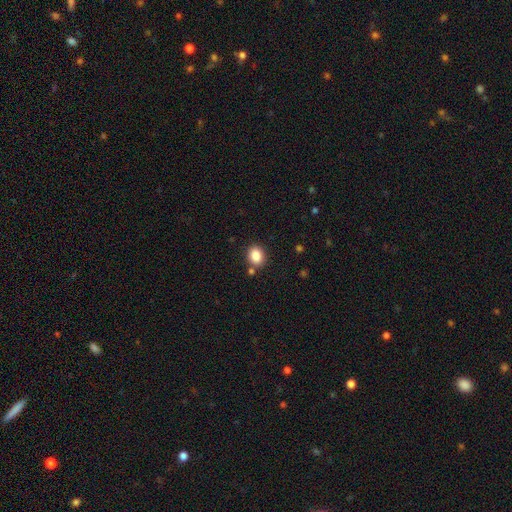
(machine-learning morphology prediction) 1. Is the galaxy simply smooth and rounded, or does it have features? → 86% smooth, 9% star or artifact, 4% featured or disk.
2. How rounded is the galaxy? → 51% round, 48% in between, 1% cigar-shaped.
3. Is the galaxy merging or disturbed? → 80% none, 10% minor disturbance, 7% merger, 3% major disturbance.